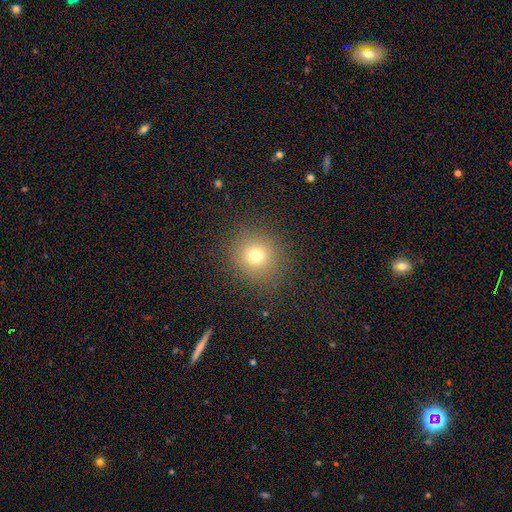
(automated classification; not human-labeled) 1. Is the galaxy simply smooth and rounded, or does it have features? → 72% smooth, 18% star or artifact, 10% featured or disk.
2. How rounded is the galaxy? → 89% round, 10% in between, 1% cigar-shaped.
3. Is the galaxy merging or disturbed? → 88% none, 7% minor disturbance, 4% major disturbance, 1% merger.